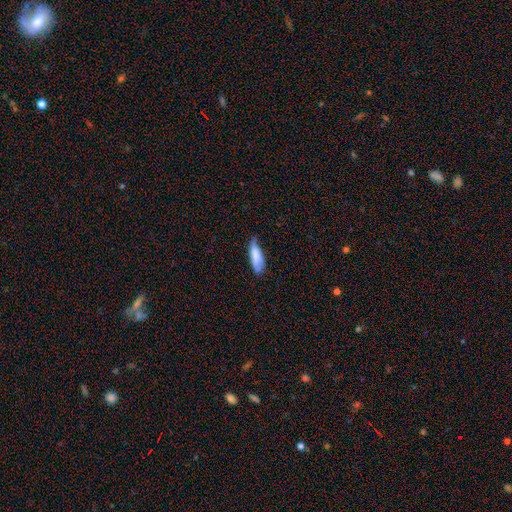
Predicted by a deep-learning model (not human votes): Smooth or featured? smooth (81%)
How rounded? in between (54%)
Merging? none (43%)